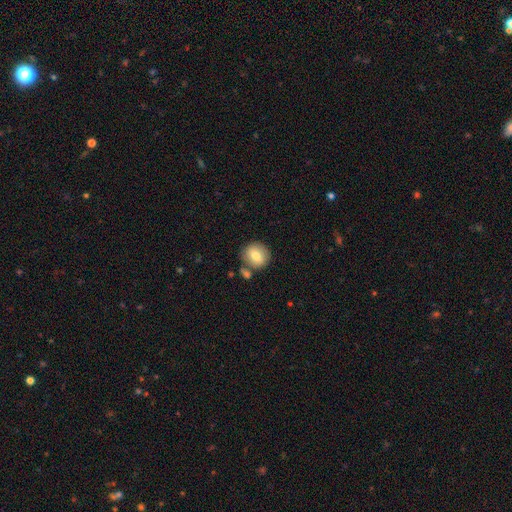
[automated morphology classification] A smooth galaxy with no disk features (77%) that is round (82%).

Vote fractions:
- Smooth or featured? smooth: 77% / featured or disk: 15% / star or artifact: 8%
- How rounded? round: 82% / in between: 17% / cigar-shaped: 1%
- Merging? none: 73% / merger: 13% / minor disturbance: 11% / major disturbance: 3%